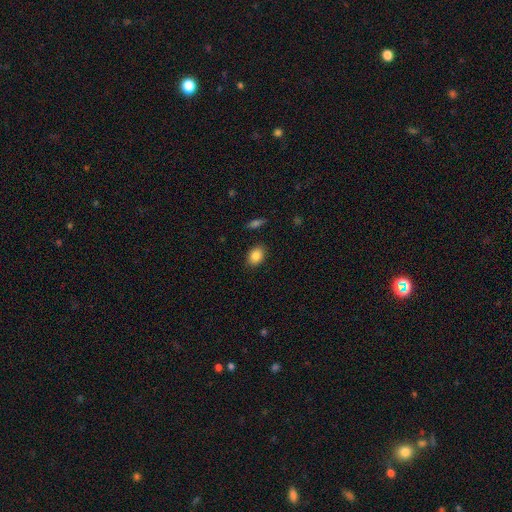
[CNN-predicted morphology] The model was most divided on "how rounded": in between: 70%, round: 29%, cigar-shaped: 1%. More confident: merging — none (87%); smooth or featured — smooth (86%).